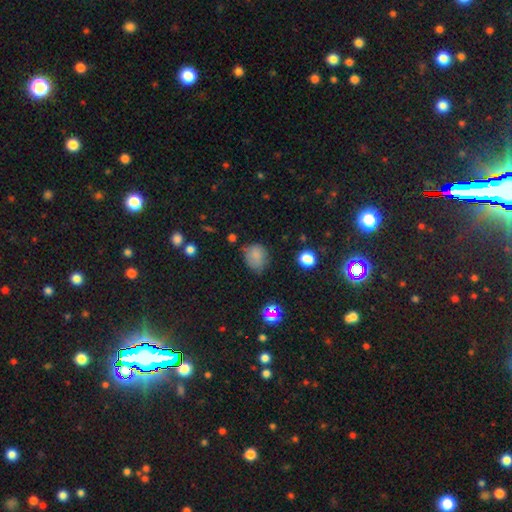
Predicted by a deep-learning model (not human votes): smooth-or-featured: smooth: 76% | star or artifact: 15% | featured or disk: 9%
  how-rounded: round: 61% | in between: 38% | cigar-shaped: 1%
  merging: none: 59% | minor disturbance: 29% | major disturbance: 8% | merger: 4%